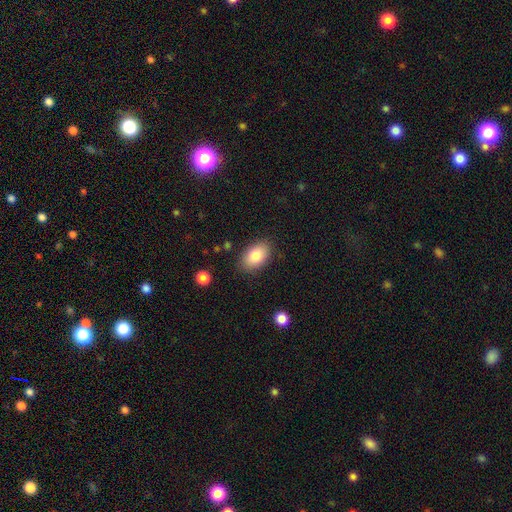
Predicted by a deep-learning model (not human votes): A smooth galaxy with no disk features (82%) that is in between round and cigar-shaped (91%).

Vote fractions:
- Smooth or featured? smooth: 82% / featured or disk: 10% / star or artifact: 7%
- How rounded? in between: 91% / round: 8% / cigar-shaped: 1%
- Merging? none: 85% / minor disturbance: 11% / major disturbance: 3% / merger: 1%